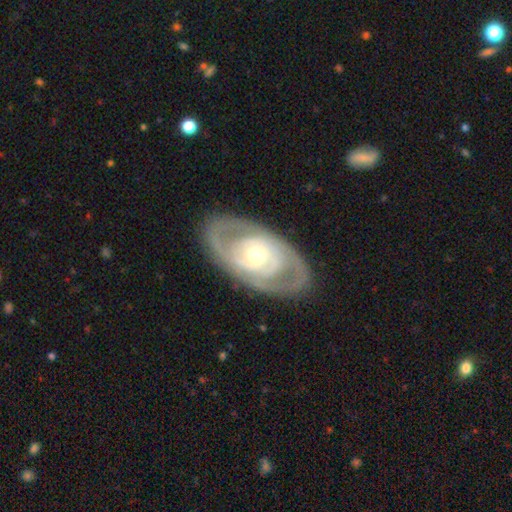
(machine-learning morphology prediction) type=featured or disk (81%); edge-on=no (93%); bar=no (70%); spiral arms=yes (71%); winding=tight (62%); arm count=2 (61%); bulge=moderate (54%); merging=none (82%).